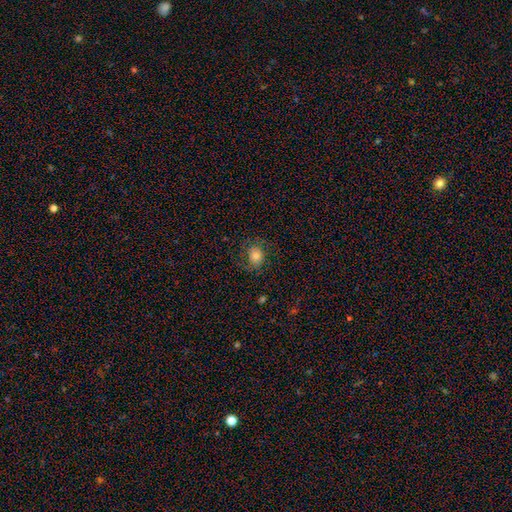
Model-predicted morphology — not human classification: Smooth or featured? Predicted: smooth (p=0.68). How rounded? Predicted: round (p=0.54). Merging? Predicted: none (p=0.71).